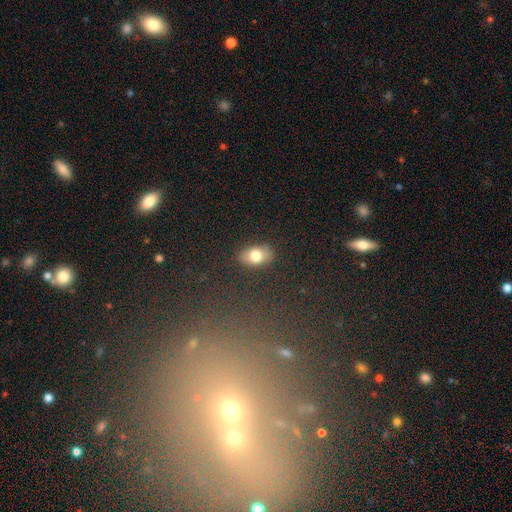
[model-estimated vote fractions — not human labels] This is likely a smooth galaxy (78%). How rounded: clearly in between (85%). Merging: clearly none (84%).